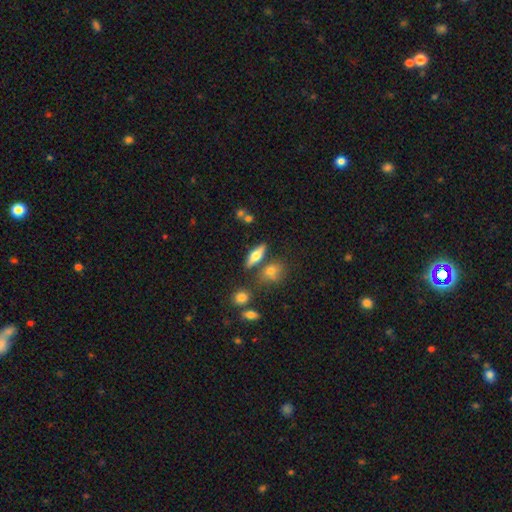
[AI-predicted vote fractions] Smooth or featured? smooth (49%)
Merging? none (73%)